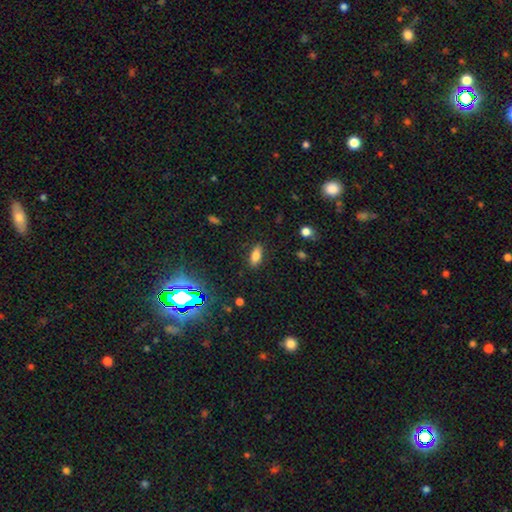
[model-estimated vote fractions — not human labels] Overall: smooth (75%). How rounded: in between (77%). Merging: none (87%).